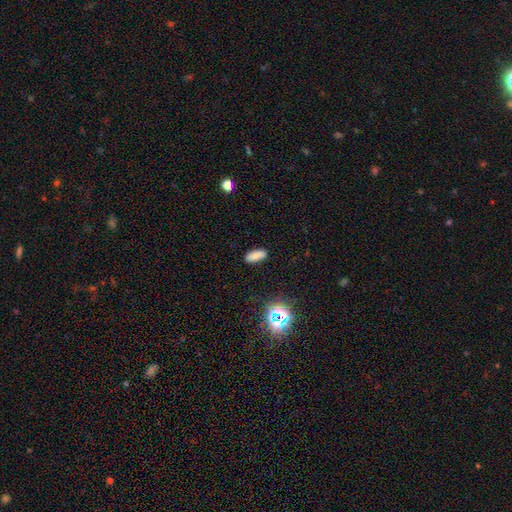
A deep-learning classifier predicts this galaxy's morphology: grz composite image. It shows a smooth galaxy with no disk features (79%) that is in between round and cigar-shaped (81%). Merging: none (84%).